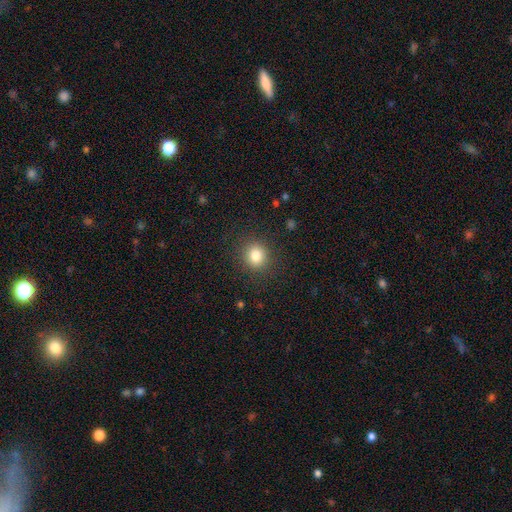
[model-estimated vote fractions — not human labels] smooth 82%, star or artifact 12%, featured or disk 7%. Down the decision tree: how rounded — round (84%); merging — none (89%).